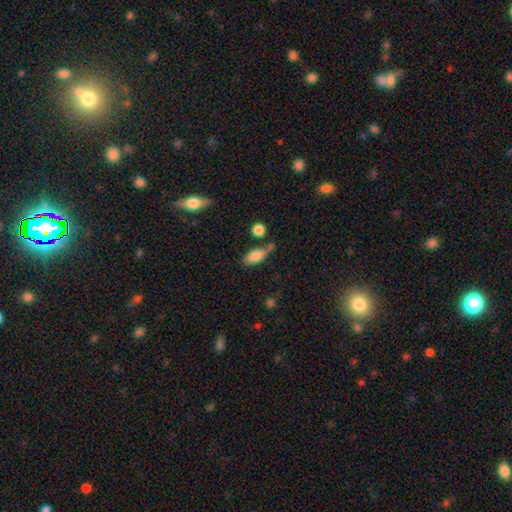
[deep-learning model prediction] Smooth or featured? smooth (82%)
How rounded? in between (86%)
Merging? none (55%)